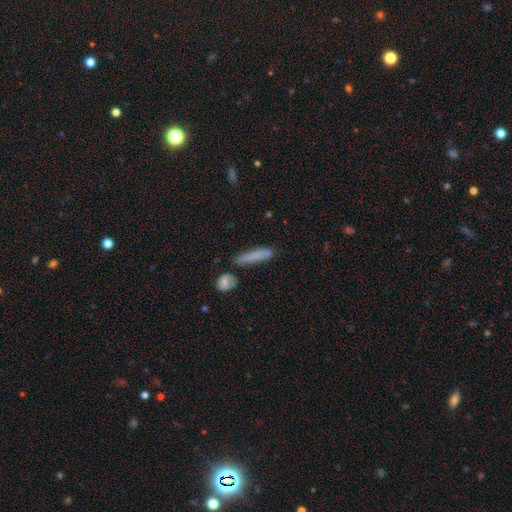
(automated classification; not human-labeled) Morphology: type=smooth (75%); roundness=cigar-shaped (89%); merging=none (75%).